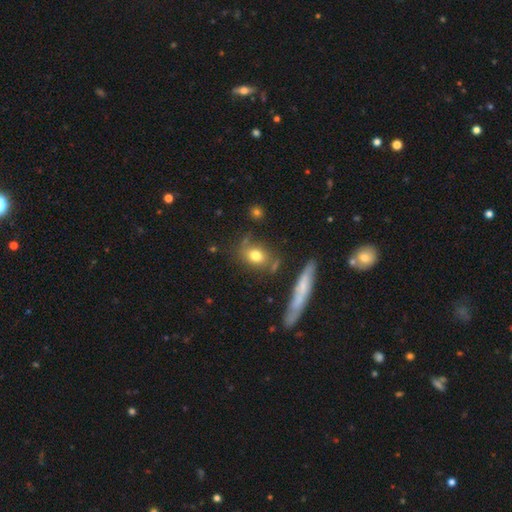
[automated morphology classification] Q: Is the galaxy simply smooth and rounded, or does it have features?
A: smooth — 75%.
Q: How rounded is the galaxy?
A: in between — 58%.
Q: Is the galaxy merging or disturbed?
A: none — 66%.